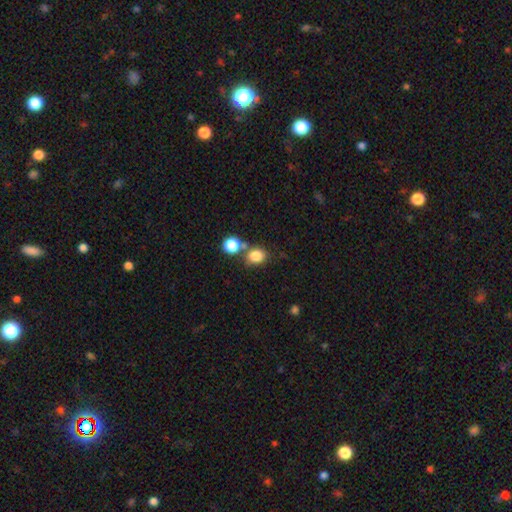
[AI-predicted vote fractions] smooth 82%, star or artifact 12%, featured or disk 6%. Down the decision tree: how rounded — round (63%); merging — none (61%).